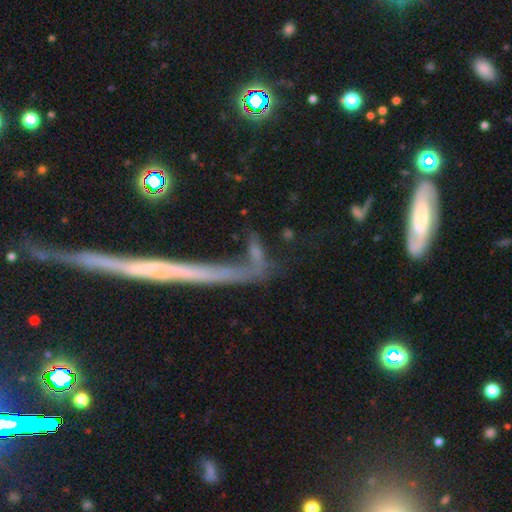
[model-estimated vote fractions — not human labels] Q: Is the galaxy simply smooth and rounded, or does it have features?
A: smooth — 48%.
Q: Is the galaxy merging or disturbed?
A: none — 41%.